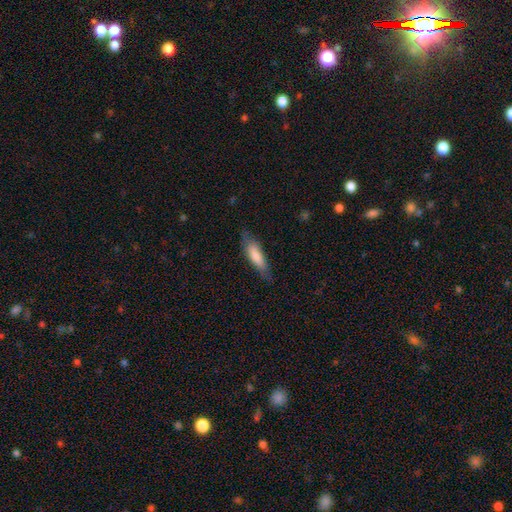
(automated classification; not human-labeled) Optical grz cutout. It shows a smooth galaxy with no disk features (77%) that is cigar-shaped (59%). Merging: none (75%).